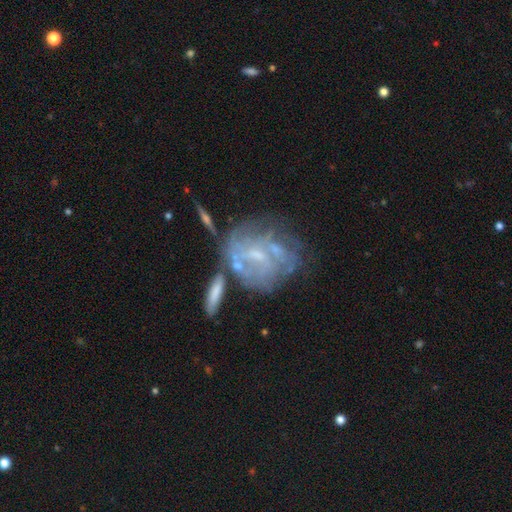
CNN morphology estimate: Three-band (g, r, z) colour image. It shows a featured or disk galaxy (71%) with no bar (48%), spiral arms (61%) and a small central bulge (58%). Merging: none (44%).